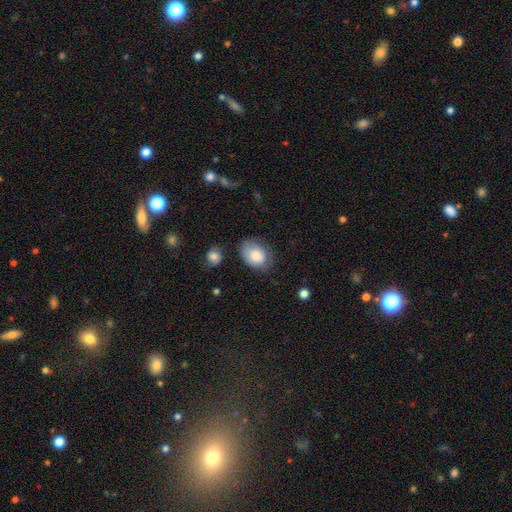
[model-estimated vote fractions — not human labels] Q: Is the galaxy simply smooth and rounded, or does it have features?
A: smooth — 78%.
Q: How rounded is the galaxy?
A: in between — 74%.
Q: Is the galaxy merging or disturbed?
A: none — 63%.